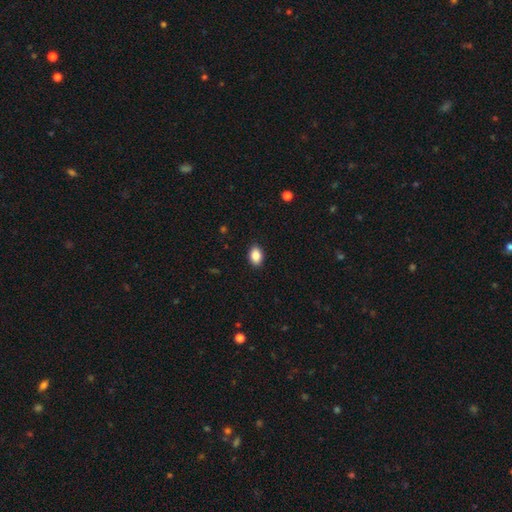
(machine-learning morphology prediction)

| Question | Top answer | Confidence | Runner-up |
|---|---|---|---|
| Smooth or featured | smooth | 87% | star or artifact (8%) |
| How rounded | in between | 83% | round (16%) |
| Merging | none | 89% | minor disturbance (8%) |